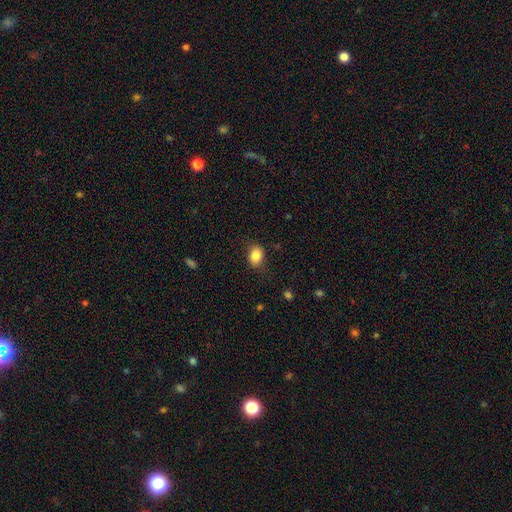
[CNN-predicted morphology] Smooth or featured?
  - smooth: 85% *
  - star or artifact: 9%
  - featured or disk: 6%
How rounded?
  - in between: 74% *
  - round: 25%
  - cigar-shaped: 1%
Merging?
  - none: 82% *
  - minor disturbance: 13%
  - major disturbance: 4%
  - merger: 1%